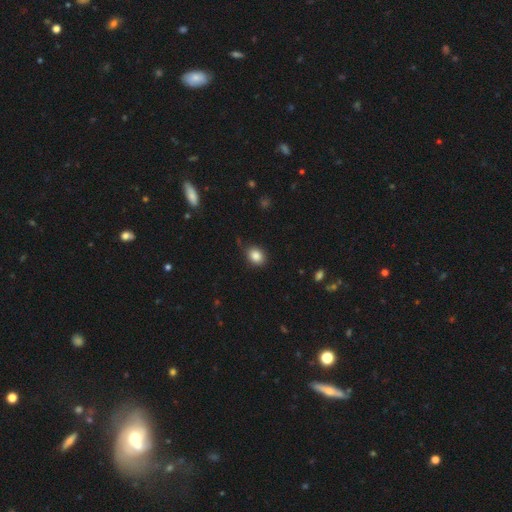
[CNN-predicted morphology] Smooth or featured? smooth (86%)
How rounded? in between (52%)
Merging? none (83%)